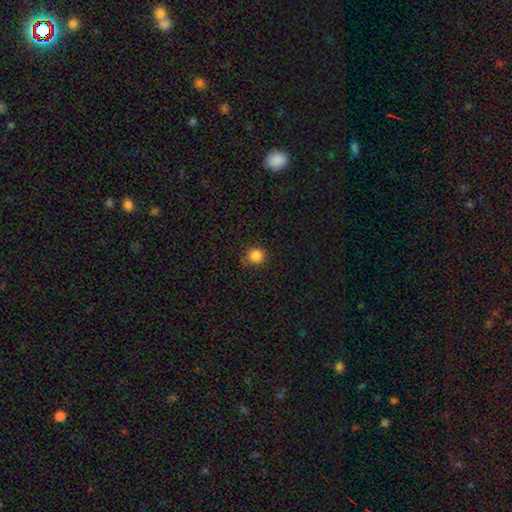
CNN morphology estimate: Overall: smooth (85%). How rounded: round (89%). Merging: none (80%).